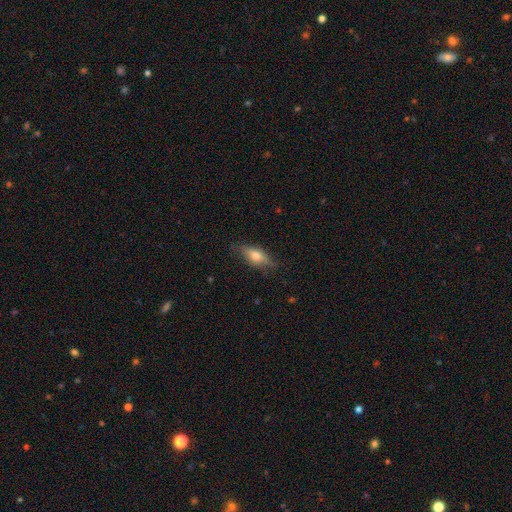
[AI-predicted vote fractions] Morphology: type=smooth (58%); roundness=in between (71%); merging=none (75%).